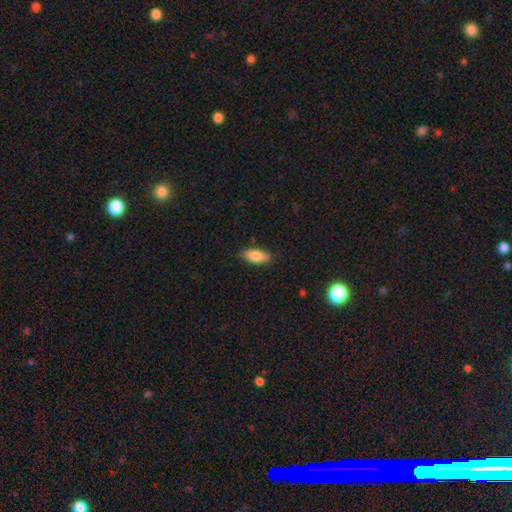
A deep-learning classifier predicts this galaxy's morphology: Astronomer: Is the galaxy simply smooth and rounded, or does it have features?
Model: smooth — 84%.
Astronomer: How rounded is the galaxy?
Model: in between — 85%.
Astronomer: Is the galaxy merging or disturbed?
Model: none — 86%.